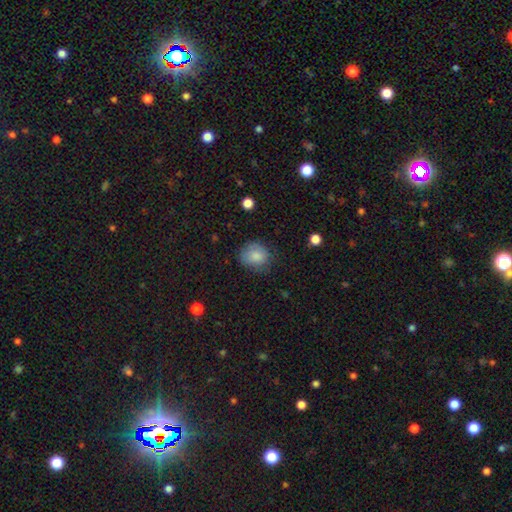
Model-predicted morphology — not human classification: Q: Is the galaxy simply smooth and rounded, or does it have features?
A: smooth — 84%.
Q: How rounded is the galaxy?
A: round — 72%.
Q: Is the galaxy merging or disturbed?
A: none — 71%.